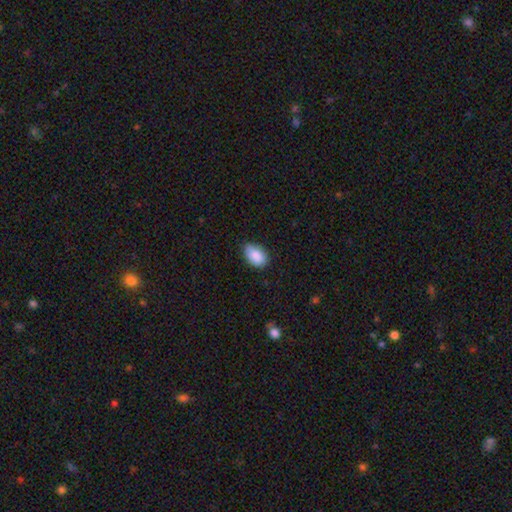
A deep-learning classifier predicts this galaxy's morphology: A smooth galaxy with no disk features (87%) that is in between round and cigar-shaped (89%).

Vote fractions:
- Smooth or featured? smooth: 87% / star or artifact: 7% / featured or disk: 6%
- How rounded? in between: 89% / round: 9% / cigar-shaped: 1%
- Merging? none: 71% / minor disturbance: 25% / major disturbance: 3% / merger: 1%